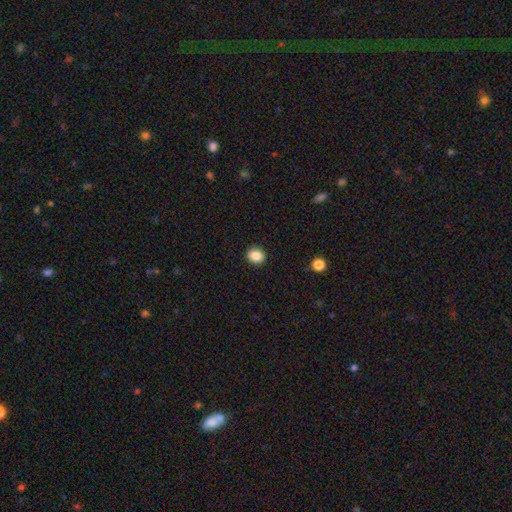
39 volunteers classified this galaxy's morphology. smooth-or-featured: smooth: 90% | star or artifact: 8% | featured or disk: 3%
  how-rounded: round: 69% | in between: 31% | cigar-shaped: 0%
  merging: none: 89% | minor disturbance: 8% | major disturbance: 3% | merger: 0%